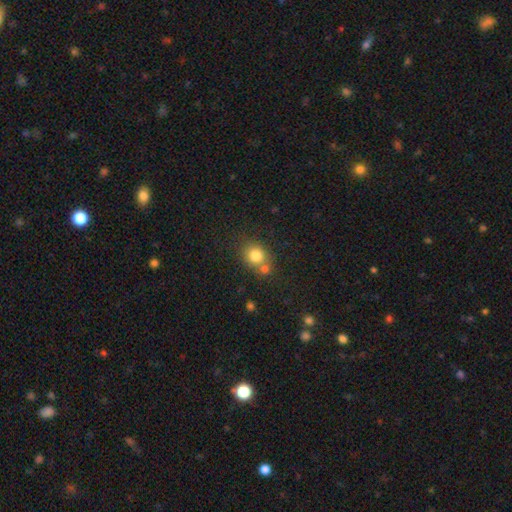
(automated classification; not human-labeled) smooth 80%, star or artifact 11%, featured or disk 8%. Down the decision tree: how rounded — round (79%); merging — none (58%).